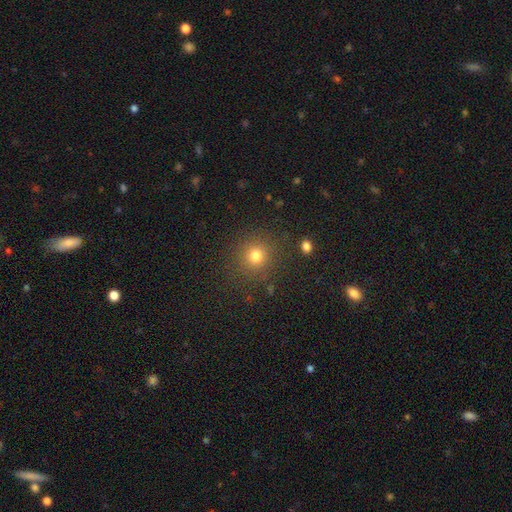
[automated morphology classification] Q: Smooth or featured?
A: smooth (77%); runner-up: star or artifact (16%)
Q: How rounded?
A: round (92%); runner-up: in between (8%)
Q: Merging?
A: none (87%); runner-up: minor disturbance (8%)